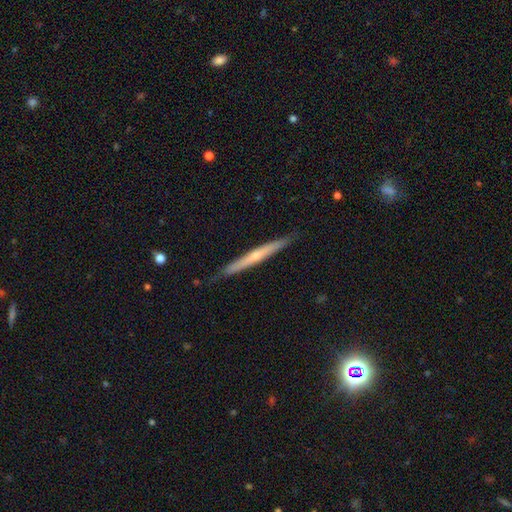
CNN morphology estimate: Q: Smooth or featured?
A: featured or disk (59%); runner-up: smooth (35%)
Q: Edge-on disk?
A: yes (96%); runner-up: no (4%)
Q: Edge-on bulge?
A: rounded (56%); runner-up: none (41%)
Q: Merging?
A: none (85%); runner-up: minor disturbance (12%)